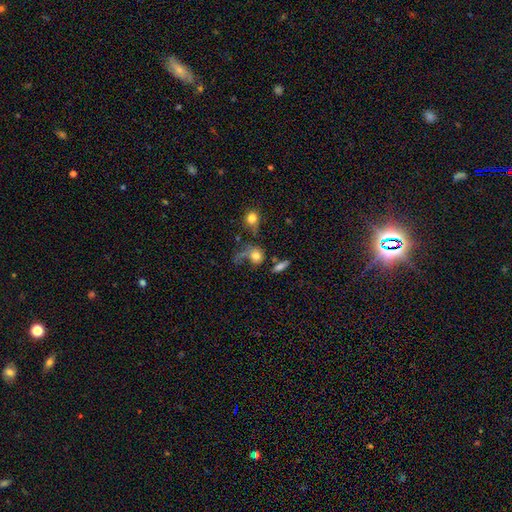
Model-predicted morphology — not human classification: smooth_or_featured: smooth (p=0.67) [alt: featured or disk p=0.22]
how_rounded: round (p=0.71) [alt: in between p=0.27]
merging: major disturbance (p=0.37) [alt: none p=0.28]